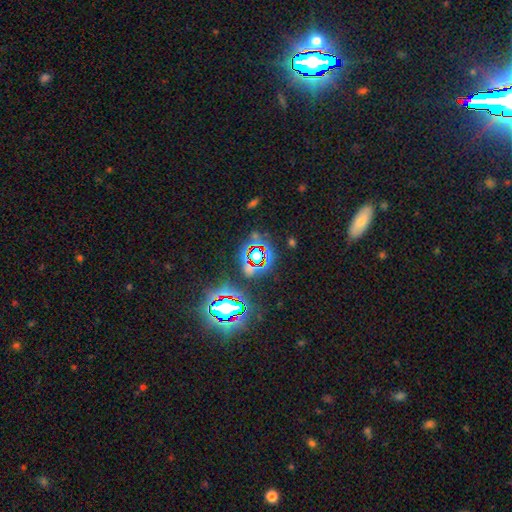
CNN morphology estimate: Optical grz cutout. It shows a star or artifact, not a galaxy (72%).